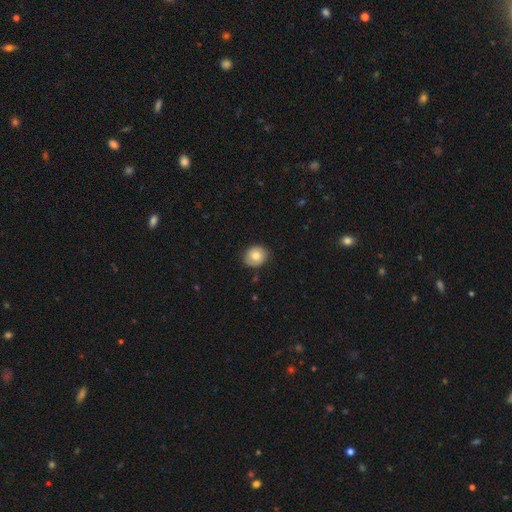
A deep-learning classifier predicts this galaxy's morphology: Smooth or featured: smooth — 72% (featured or disk — 20%)
How rounded: round — 69% (in between — 30%)
Merging: none — 81% (minor disturbance — 15%)